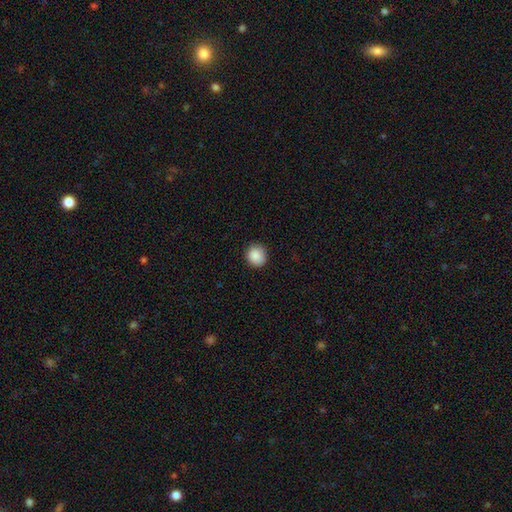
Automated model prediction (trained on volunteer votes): smooth_or_featured: smooth (p=0.89) [alt: star or artifact p=0.08]
how_rounded: round (p=0.86) [alt: in between p=0.13]
merging: none (p=0.89) [alt: minor disturbance p=0.08]